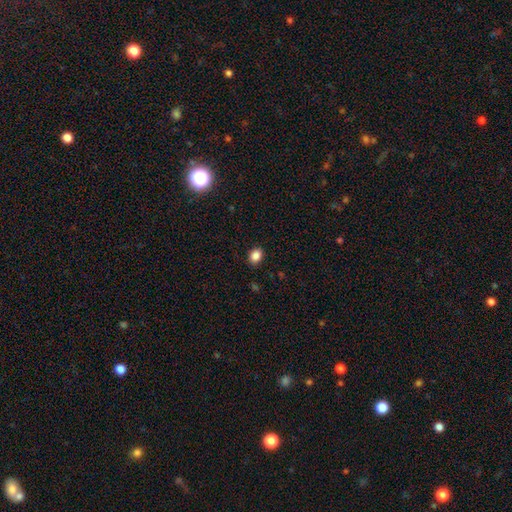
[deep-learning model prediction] Smooth or featured? smooth (86%)
How rounded? in between (59%)
Merging? none (89%)